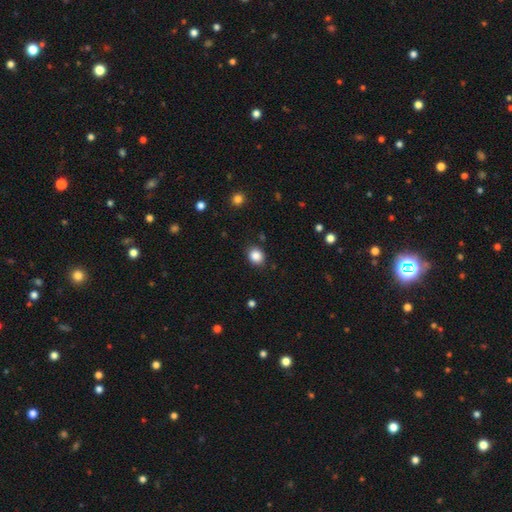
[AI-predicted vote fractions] smooth-or-featured: smooth: 86% | star or artifact: 10% | featured or disk: 4%
  how-rounded: round: 67% | in between: 32% | cigar-shaped: 1%
  merging: none: 88% | minor disturbance: 8% | major disturbance: 2% | merger: 1%